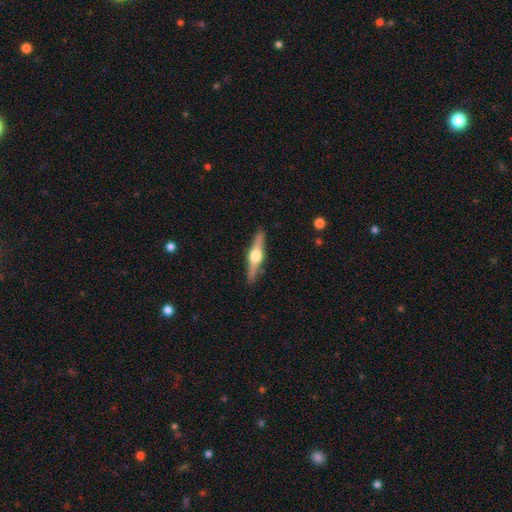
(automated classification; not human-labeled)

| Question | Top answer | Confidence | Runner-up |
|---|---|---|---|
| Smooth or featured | featured or disk | 76% | smooth (19%) |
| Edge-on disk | yes | 98% | no (2%) |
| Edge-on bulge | rounded | 96% | boxy (3%) |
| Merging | none | 90% | minor disturbance (7%) |